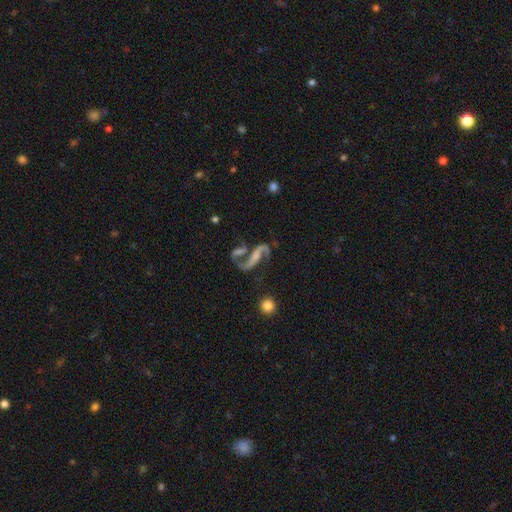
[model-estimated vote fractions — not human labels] smooth-or-featured: featured or disk: 86% | star or artifact: 8% | smooth: 6%
  disk-edge-on: no: 94% | yes: 6%
    bar: weak: 35% | strong: 33% | no: 33%
    has-spiral-arms: yes: 95% | no: 5%
      spiral-winding: loose: 69% | medium: 25% | tight: 6%
      spiral-arm-count: 2: 91% | 1: 4% | can't tell: 2% | 3: 1% | 4: 1% | more than 4: 1%
    bulge-size: small: 48% | moderate: 28% | none: 19% | large: 4% | dominant: 2%
  merging: none: 49% | merger: 22% | minor disturbance: 15% | major disturbance: 14%